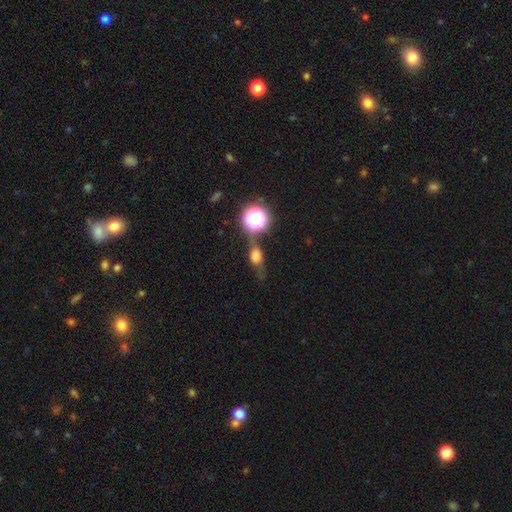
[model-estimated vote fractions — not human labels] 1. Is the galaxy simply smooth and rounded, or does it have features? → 52% smooth, 28% featured or disk, 20% star or artifact.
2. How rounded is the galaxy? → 45% in between, 44% round, 12% cigar-shaped.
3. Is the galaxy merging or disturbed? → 49% none, 22% minor disturbance, 16% major disturbance, 13% merger.